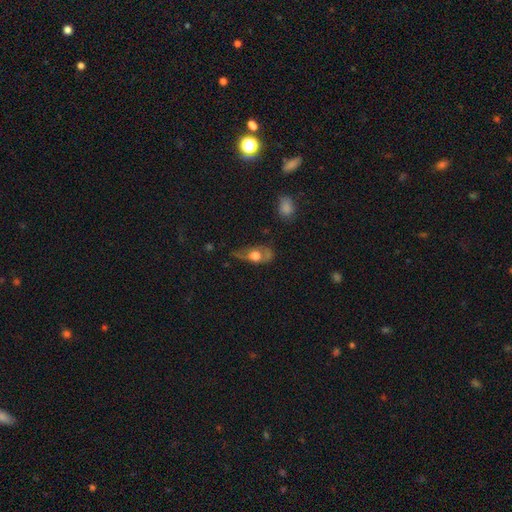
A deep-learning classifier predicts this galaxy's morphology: This appears to be a smooth galaxy with no disk features (49%). Merging: major disturbance (34%).